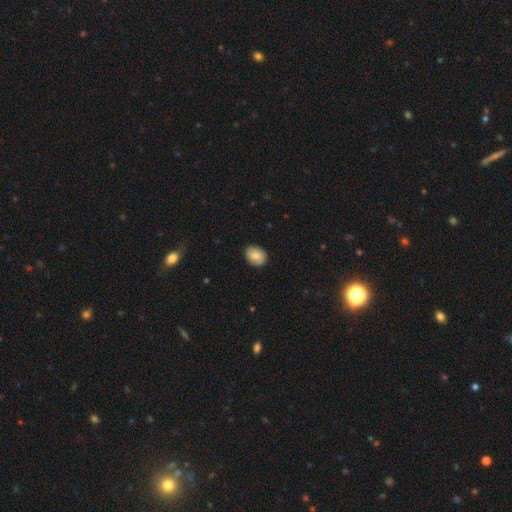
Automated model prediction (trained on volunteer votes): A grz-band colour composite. It shows a smooth galaxy with no disk features (79%) that is in between round and cigar-shaped (55%). Merging: none (88%).